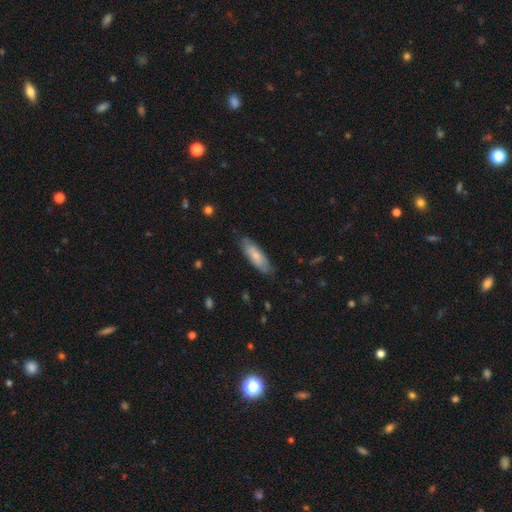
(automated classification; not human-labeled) The model was most divided on "how rounded": in between: 52%, cigar-shaped: 46%, round: 2%. More confident: merging — none (77%); smooth or featured — smooth (71%).